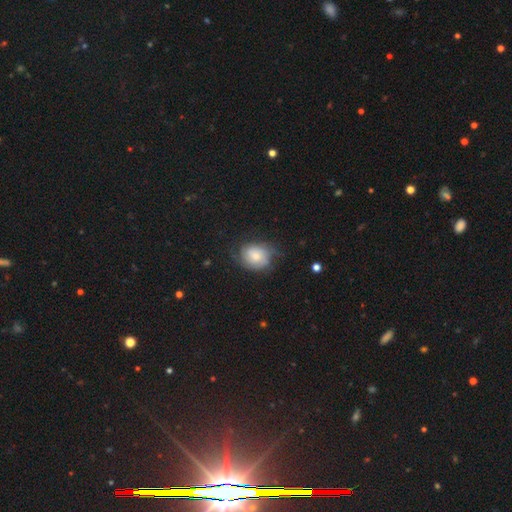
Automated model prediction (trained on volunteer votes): Q: Smooth or featured?
A: smooth (52%); runner-up: featured or disk (40%)
Q: How rounded?
A: round (54%); runner-up: in between (45%)
Q: Merging?
A: none (57%); runner-up: minor disturbance (28%)